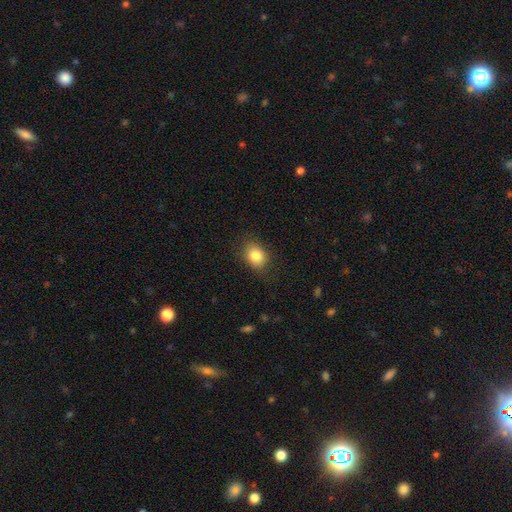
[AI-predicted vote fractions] Morphology: type=smooth (84%); roundness=in between (58%); merging=none (81%).